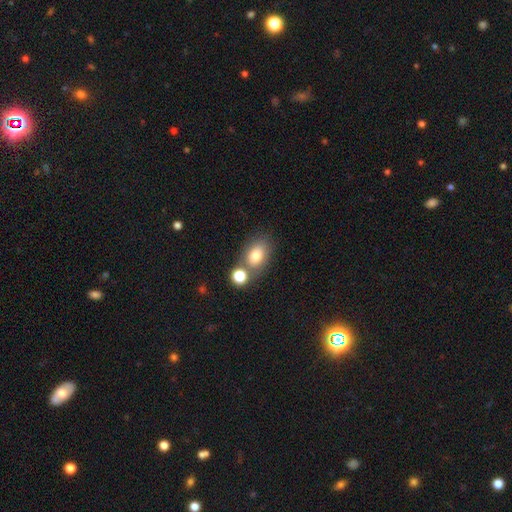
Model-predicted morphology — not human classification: type=smooth (78%); roundness=in between (79%); merging=none (55%).